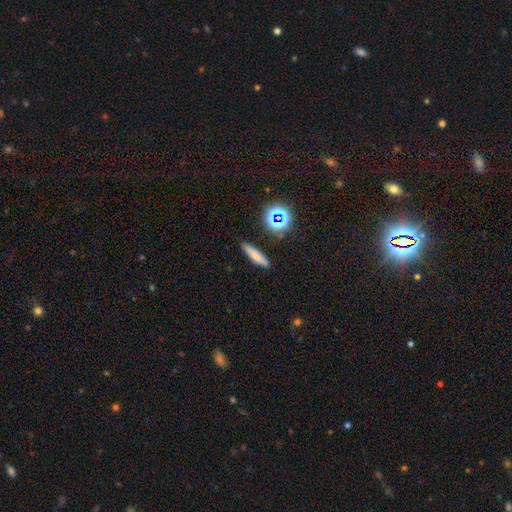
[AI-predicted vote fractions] smooth 71%, featured or disk 15%, star or artifact 14%. Down the decision tree: how rounded — cigar-shaped (78%); merging — none (84%).